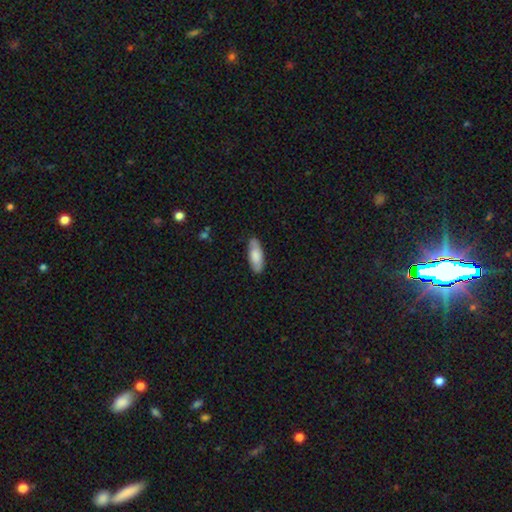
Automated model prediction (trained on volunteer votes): Smooth or featured: smooth — 82% (featured or disk — 13%)
How rounded: in between — 73% (cigar-shaped — 26%)
Merging: none — 83% (minor disturbance — 14%)